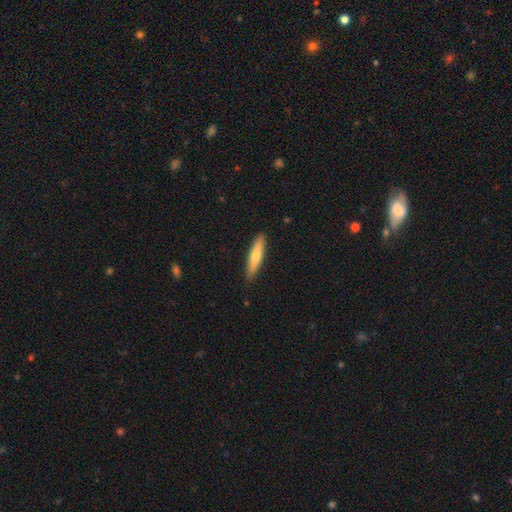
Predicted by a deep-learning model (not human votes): A smooth galaxy with no disk features (66%) that is cigar-shaped (82%). Merging: none (89%).